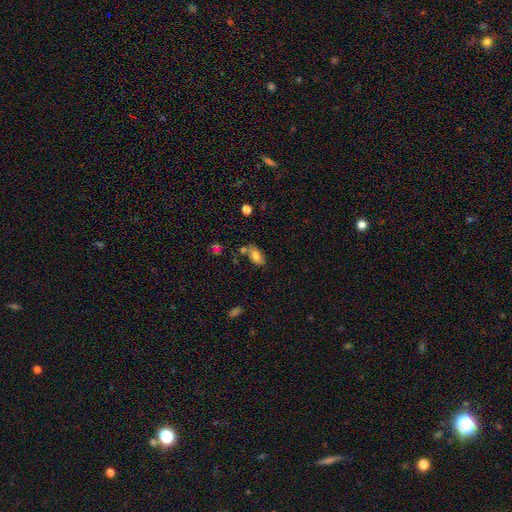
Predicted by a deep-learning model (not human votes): This is likely a smooth galaxy (76%). How rounded: clearly in between (91%). Merging: likely none (65%).